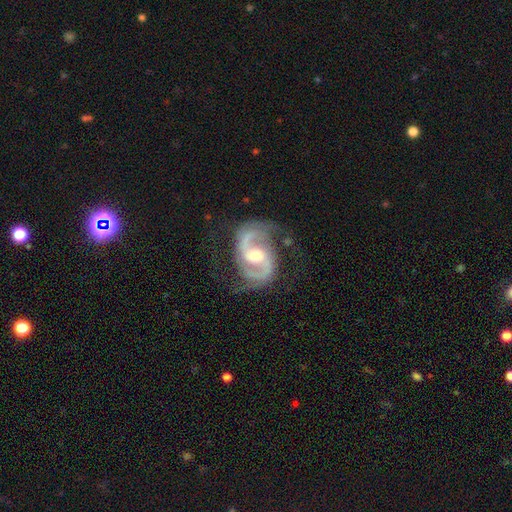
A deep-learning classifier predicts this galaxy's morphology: A featured or disk galaxy (92%) with a weak bar (42%), 2 (93%) medium (58%) spiral arms (98%) and a moderate central bulge (69%). Merging: none (75%).